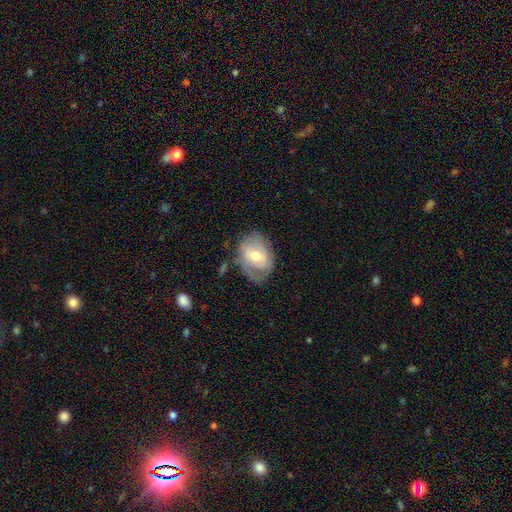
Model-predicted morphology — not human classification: smooth_or_featured: featured or disk (p=0.55) [alt: smooth p=0.39]
disk_edge_on: no (p=0.95) [alt: yes p=0.05]
bar: no (p=0.48) [alt: weak p=0.41]
has_spiral_arms: yes (p=0.66) [alt: no p=0.34]
bulge_size: moderate (p=0.69) [alt: small p=0.23]
merging: none (p=0.53) [alt: minor disturbance p=0.29]